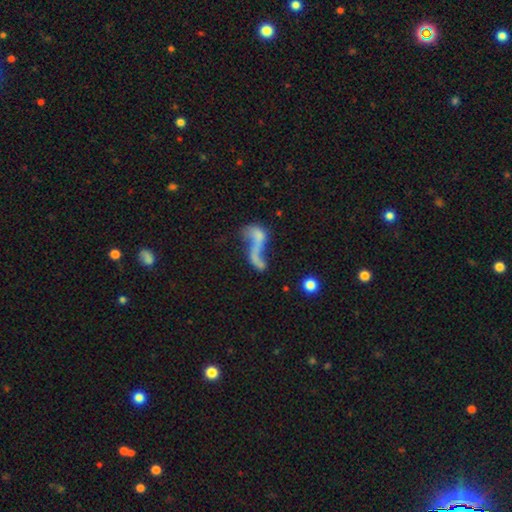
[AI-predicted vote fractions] A featured or disk galaxy (49%). Merging: major disturbance (36%).